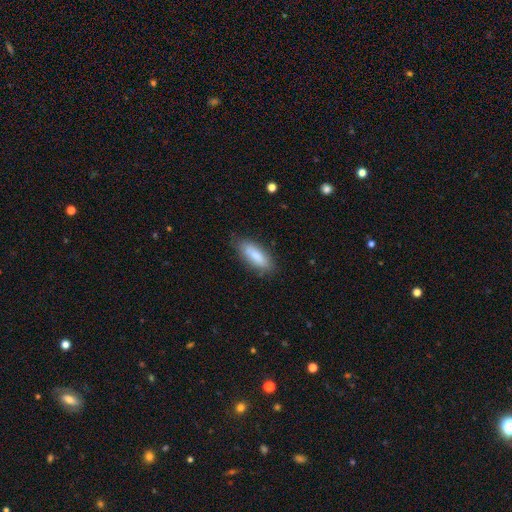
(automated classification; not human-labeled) Overall: smooth (81%). How rounded: in between (68%; cigar-shaped 30%). Merging: none (79%).